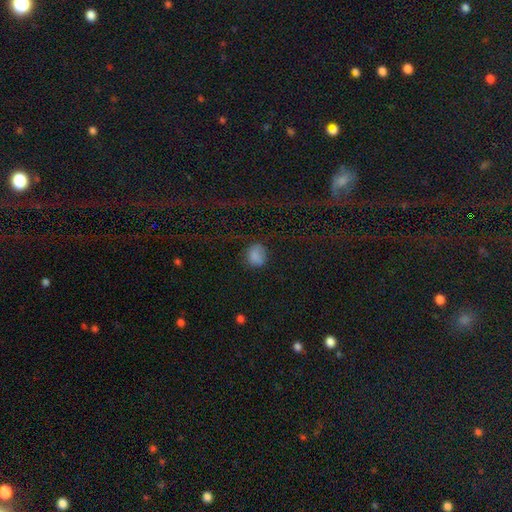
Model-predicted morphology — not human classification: Smooth or featured? Predicted: smooth (p=0.79). How rounded? Predicted: round (p=0.72). Merging? Predicted: none (p=0.70).